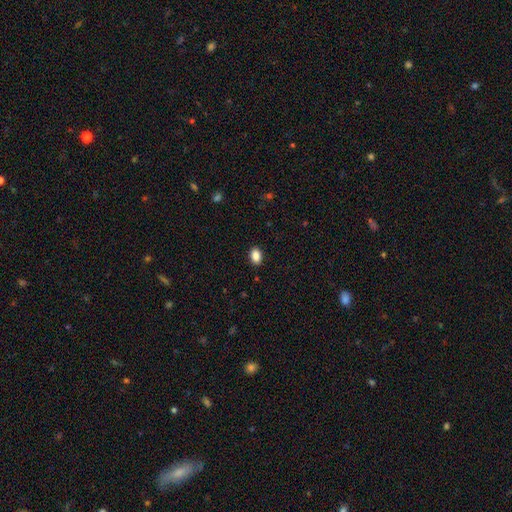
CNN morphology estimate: type=smooth (88%); roundness=in between (82%); merging=none (90%).